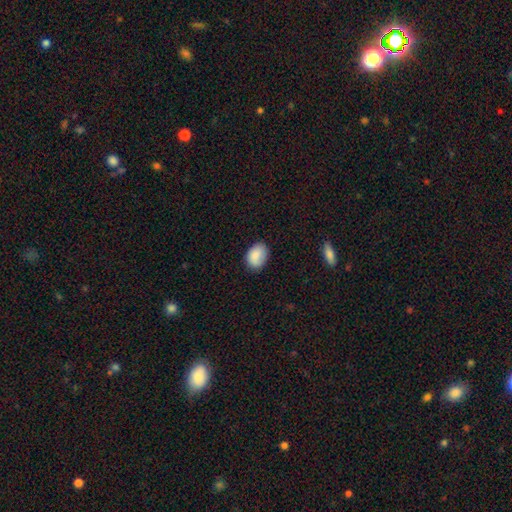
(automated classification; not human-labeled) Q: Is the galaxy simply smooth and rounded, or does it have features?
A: smooth — 87%.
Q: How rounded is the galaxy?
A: in between — 75%.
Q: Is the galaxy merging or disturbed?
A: none — 81%.